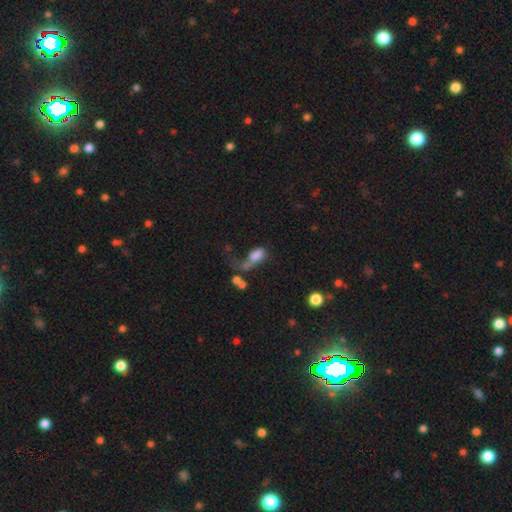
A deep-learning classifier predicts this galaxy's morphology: Smooth or featured? smooth (66%)
How rounded? in between (83%)
Merging? major disturbance (43%)